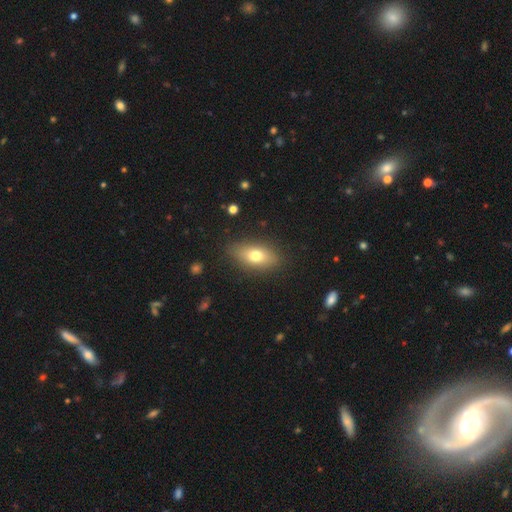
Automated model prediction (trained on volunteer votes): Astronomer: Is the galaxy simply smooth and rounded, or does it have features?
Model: smooth — 71%.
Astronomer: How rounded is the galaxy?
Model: in between — 82%.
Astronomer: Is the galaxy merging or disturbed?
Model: none — 85%.